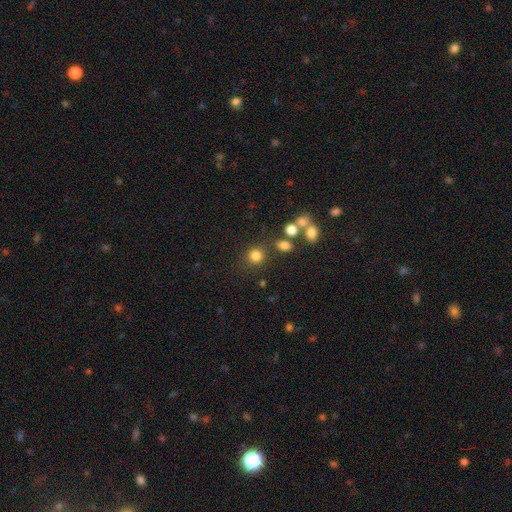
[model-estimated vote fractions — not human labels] Smooth or featured? Predicted: smooth (p=0.80). How rounded? Predicted: round (p=0.85). Merging? Predicted: none (p=0.77).